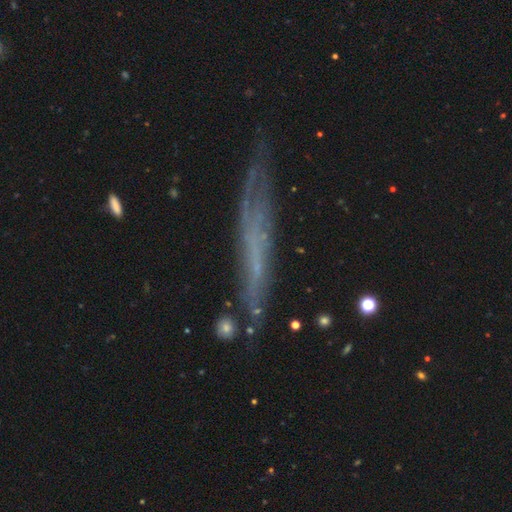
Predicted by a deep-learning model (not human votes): A featured or disk galaxy (57%) viewed edge-on (72%). Merging: none (63%).